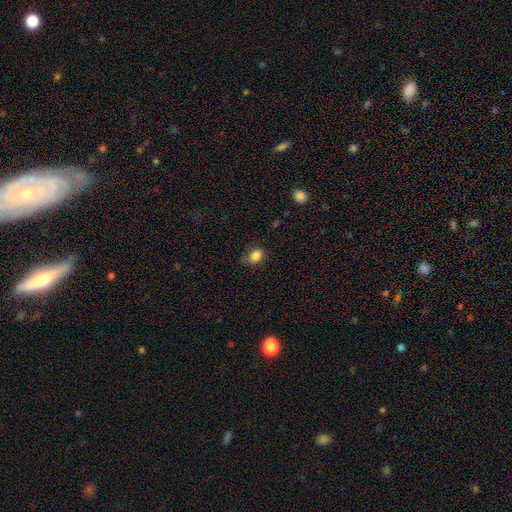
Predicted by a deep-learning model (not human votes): smooth_or_featured: smooth (p=0.85) [alt: star or artifact p=0.09]
how_rounded: in between (p=0.76) [alt: round p=0.23]
merging: none (p=0.71) [alt: minor disturbance p=0.22]